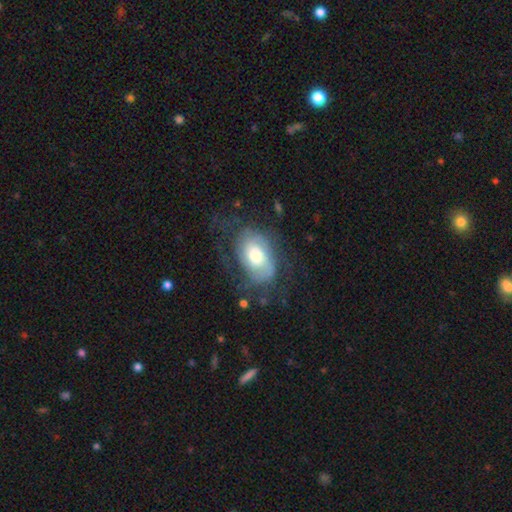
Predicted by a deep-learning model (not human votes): smooth-or-featured: featured or disk: 63% | smooth: 30% | star or artifact: 7%
  disk-edge-on: no: 96% | yes: 4%
    bar: no: 68% | weak: 26% | strong: 6%
    has-spiral-arms: yes: 83% | no: 17%
      spiral-winding: tight: 45% | medium: 37% | loose: 18%
      spiral-arm-count: 2: 43% | can't tell: 35% | 3: 9% | 1: 7% | 4: 4% | more than 4: 3%
    bulge-size: moderate: 53% | large: 31% | small: 11% | dominant: 3% | none: 2%
  merging: none: 57% | minor disturbance: 22% | major disturbance: 20% | merger: 2%